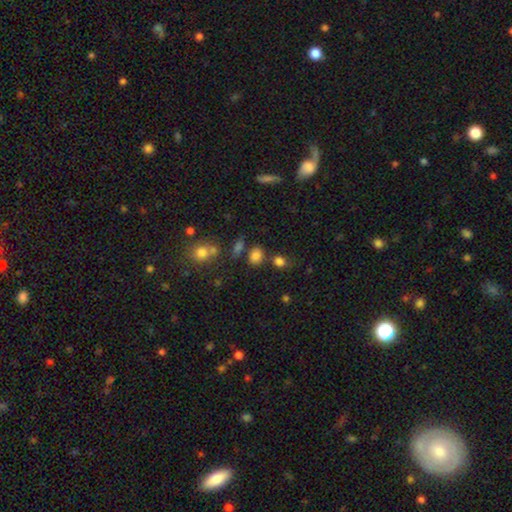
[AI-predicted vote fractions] This appears to be a smooth galaxy with no disk features (80%) that is in between round and cigar-shaped (50%). Merging: none (69%).